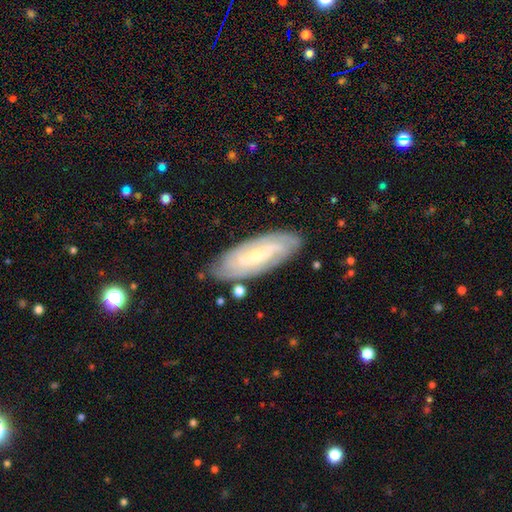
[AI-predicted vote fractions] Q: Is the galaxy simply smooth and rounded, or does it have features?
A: featured or disk — 78%.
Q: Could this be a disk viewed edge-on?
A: no — 87%.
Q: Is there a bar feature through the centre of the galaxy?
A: weak — 41%.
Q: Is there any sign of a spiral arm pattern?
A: yes — 92%.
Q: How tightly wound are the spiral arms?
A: tight — 61%.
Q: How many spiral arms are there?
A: can't tell — 39%.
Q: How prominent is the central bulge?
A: small — 72%.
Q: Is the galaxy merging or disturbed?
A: none — 81%.